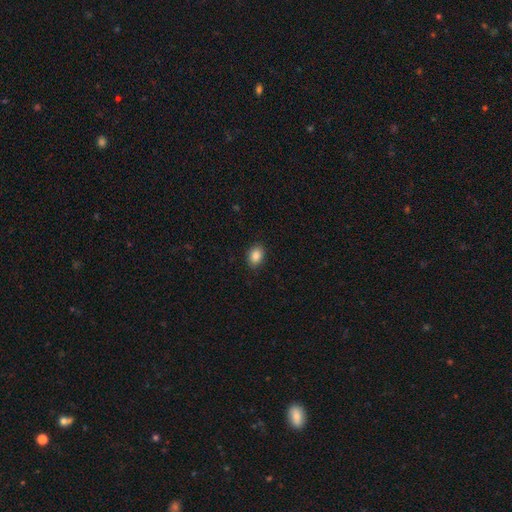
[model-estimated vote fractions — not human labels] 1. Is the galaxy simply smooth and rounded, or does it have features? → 87% smooth, 8% star or artifact, 5% featured or disk.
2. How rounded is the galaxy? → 73% in between, 26% round, 1% cigar-shaped.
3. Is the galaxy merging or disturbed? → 89% none, 8% minor disturbance, 2% major disturbance, 1% merger.